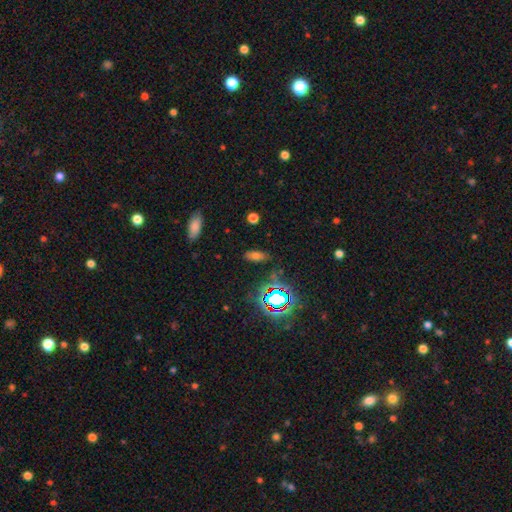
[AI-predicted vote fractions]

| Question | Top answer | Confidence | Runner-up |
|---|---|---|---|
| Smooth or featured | smooth | 61% | star or artifact (25%) |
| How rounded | in between | 76% | cigar-shaped (19%) |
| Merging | none | 82% | minor disturbance (12%) |